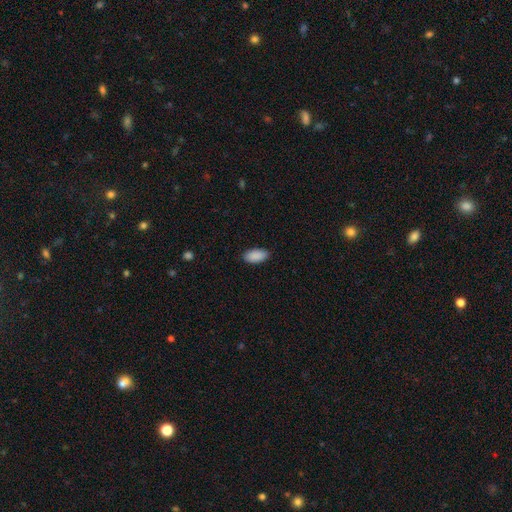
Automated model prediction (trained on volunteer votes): Smooth or featured: smooth — 91% (star or artifact — 6%)
How rounded: in between — 94% (cigar-shaped — 4%)
Merging: none — 88% (minor disturbance — 9%)